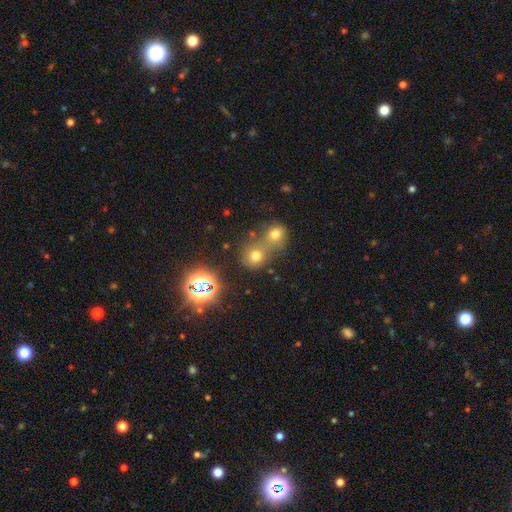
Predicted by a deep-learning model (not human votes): A smooth galaxy with no disk features (66%) that is round (80%).

Vote fractions:
- Smooth or featured? smooth: 66% / star or artifact: 25% / featured or disk: 10%
- How rounded? round: 80% / in between: 19% / cigar-shaped: 1%
- Merging? merger: 50% / none: 39% / minor disturbance: 7% / major disturbance: 4%